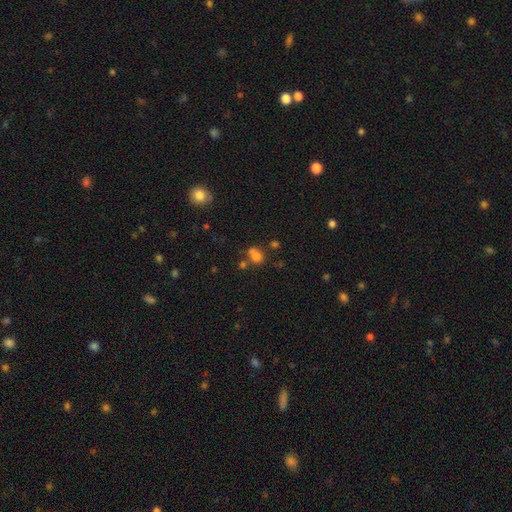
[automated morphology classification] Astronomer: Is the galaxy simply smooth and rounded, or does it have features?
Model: smooth — 71%.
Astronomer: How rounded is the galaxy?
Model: round — 56% (runner-up: in between, 42%).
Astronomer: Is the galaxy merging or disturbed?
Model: none — 42% (runner-up: merger, 37%).